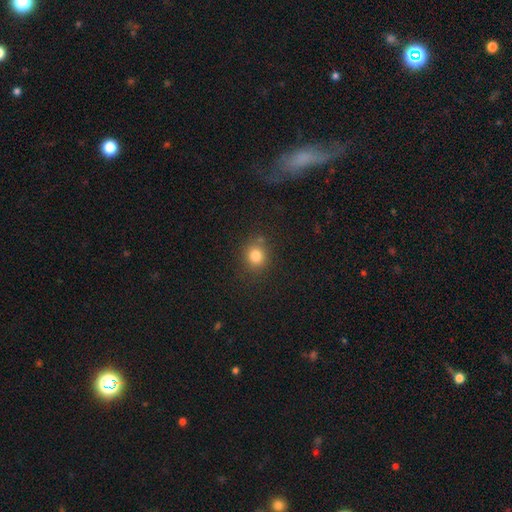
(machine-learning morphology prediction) Smooth or featured?
  - smooth: 81% *
  - star or artifact: 13%
  - featured or disk: 6%
How rounded?
  - round: 81% *
  - in between: 18%
  - cigar-shaped: 1%
Merging?
  - none: 80% *
  - minor disturbance: 11%
  - merger: 5%
  - major disturbance: 4%